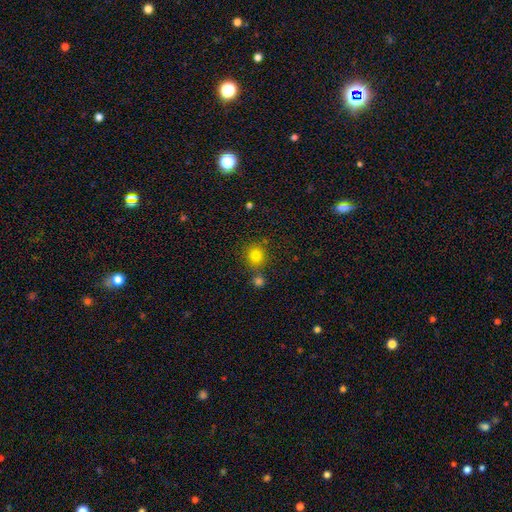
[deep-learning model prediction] This is likely a smooth galaxy (80%). How rounded: clearly round (89%). Merging: likely none (73%).